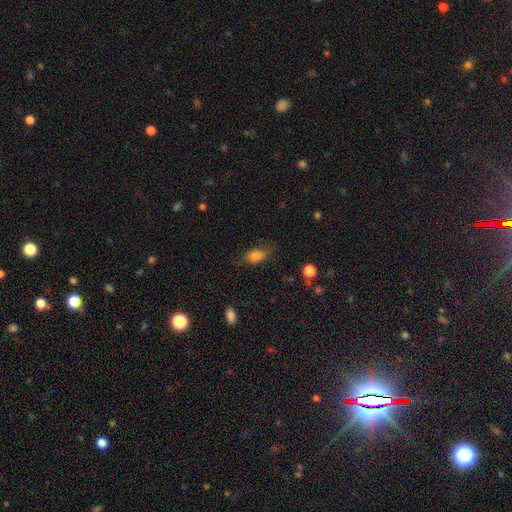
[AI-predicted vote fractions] Smooth or featured: smooth — 79% (featured or disk — 11%)
How rounded: in between — 83% (round — 9%)
Merging: none — 69% (minor disturbance — 21%)